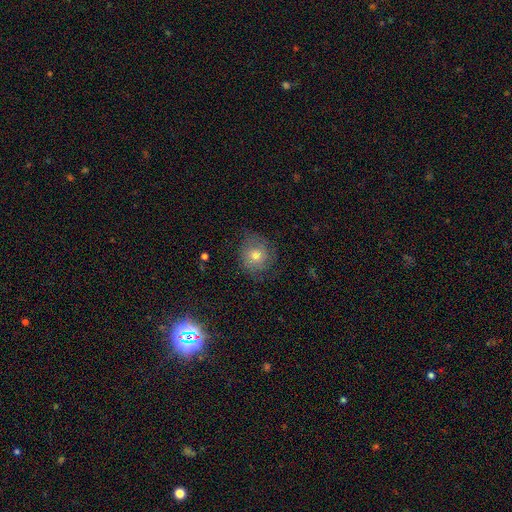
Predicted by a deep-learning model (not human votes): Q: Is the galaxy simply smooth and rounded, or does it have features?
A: smooth — 55%.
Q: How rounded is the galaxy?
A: round — 84%.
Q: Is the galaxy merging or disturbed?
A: none — 71%.